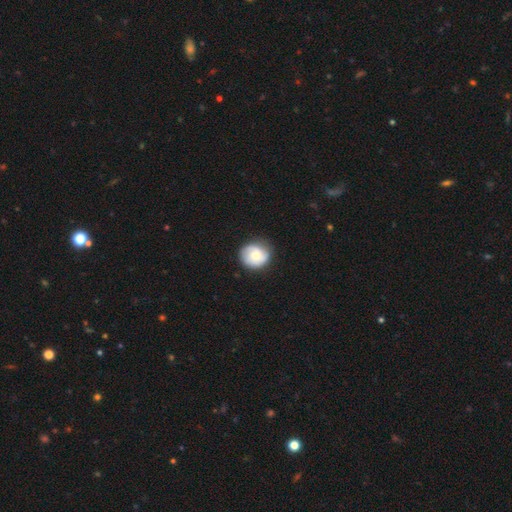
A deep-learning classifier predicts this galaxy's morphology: smooth 52%, featured or disk 41%, star or artifact 7%. Down the decision tree: how rounded — round (84%); merging — none (78%).